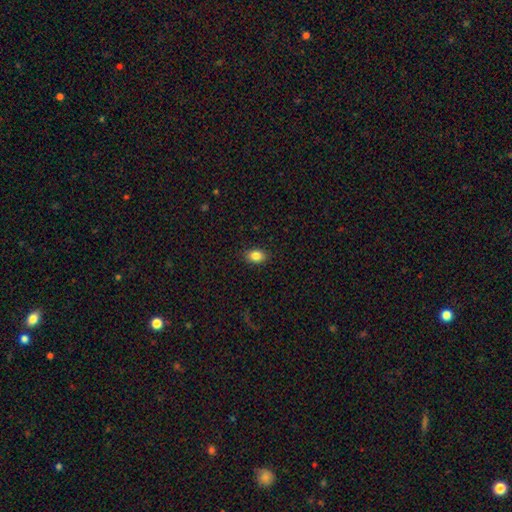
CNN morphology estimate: Smooth or featured: smooth — 85% (star or artifact — 9%)
How rounded: in between — 77% (round — 22%)
Merging: none — 89% (minor disturbance — 8%)